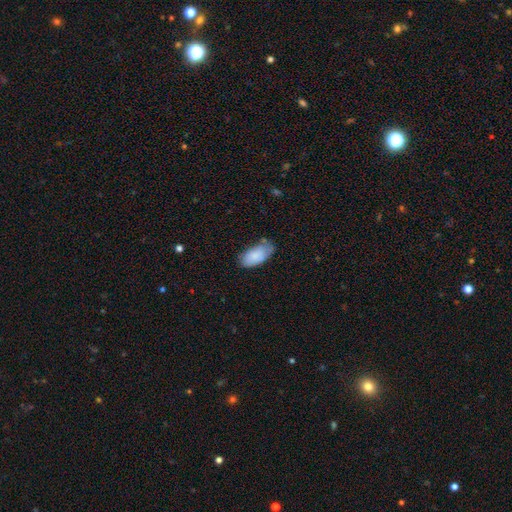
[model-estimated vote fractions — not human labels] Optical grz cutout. It shows a smooth galaxy with no disk features (83%) that is in between round and cigar-shaped (94%). Merging: none (60%).